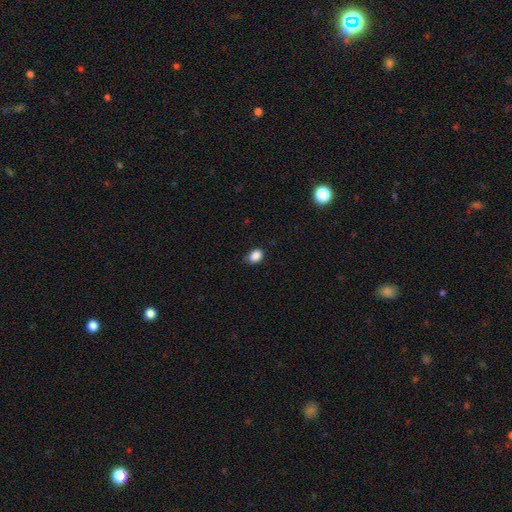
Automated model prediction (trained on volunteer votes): smooth 87%, star or artifact 9%, featured or disk 3%. Down the decision tree: how rounded — in between (73%); merging — none (75%).